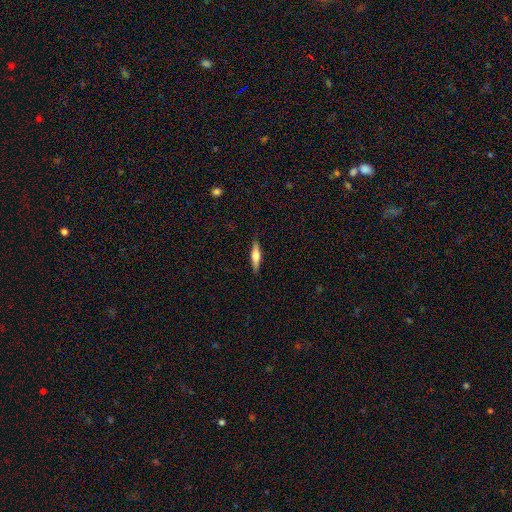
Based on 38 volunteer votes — smooth 63%, featured or disk 34%, star or artifact 3%. Down the decision tree: how rounded — cigar-shaped (92%); merging — none (92%).